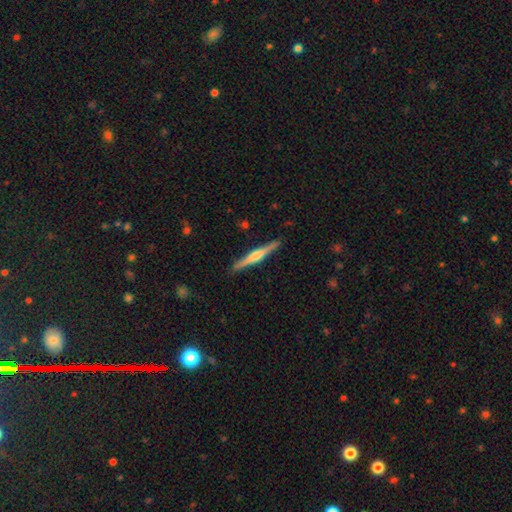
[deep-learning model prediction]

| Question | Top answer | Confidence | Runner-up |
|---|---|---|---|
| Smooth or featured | featured or disk | 71% | smooth (24%) |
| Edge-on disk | yes | 98% | no (2%) |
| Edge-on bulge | rounded | 76% | boxy (15%) |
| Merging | none | 90% | minor disturbance (7%) |